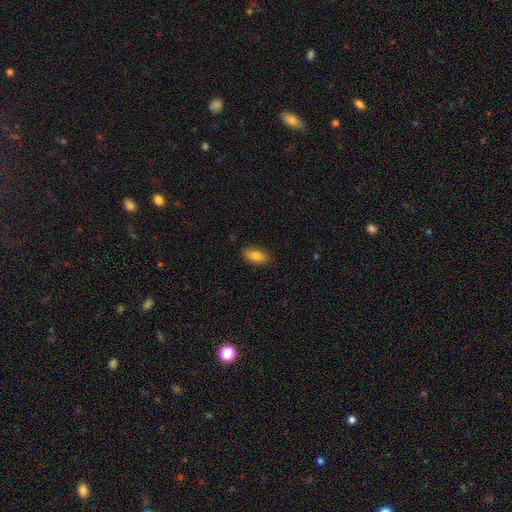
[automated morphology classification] Smooth or featured: smooth — 82% (featured or disk — 10%)
How rounded: in between — 90% (cigar-shaped — 6%)
Merging: none — 87% (minor disturbance — 10%)